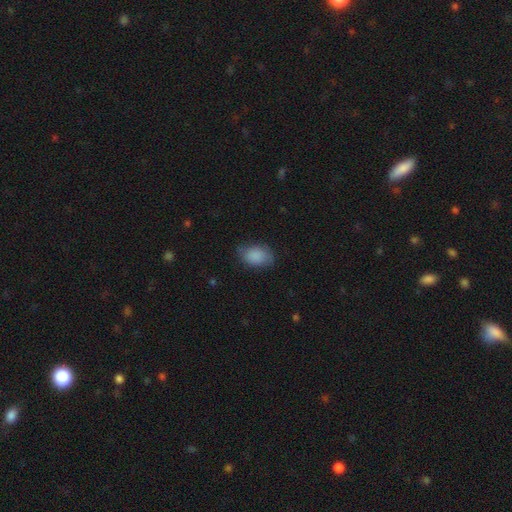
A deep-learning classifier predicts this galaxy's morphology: Smooth or featured? smooth (87%)
How rounded? in between (79%)
Merging? none (73%)